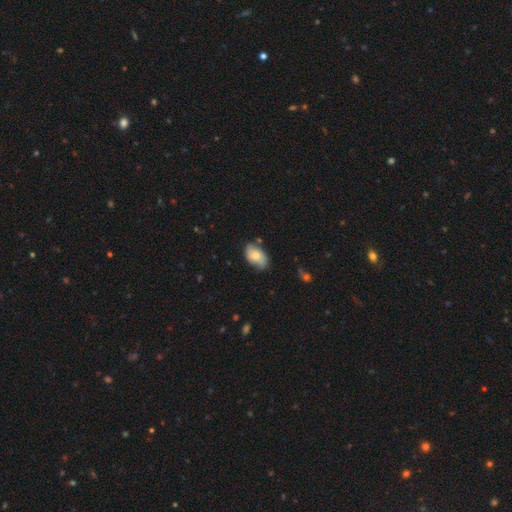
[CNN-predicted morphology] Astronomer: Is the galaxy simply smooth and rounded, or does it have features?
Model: smooth — 73%.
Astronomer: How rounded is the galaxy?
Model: in between — 92%.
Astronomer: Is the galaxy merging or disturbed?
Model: none — 70%.